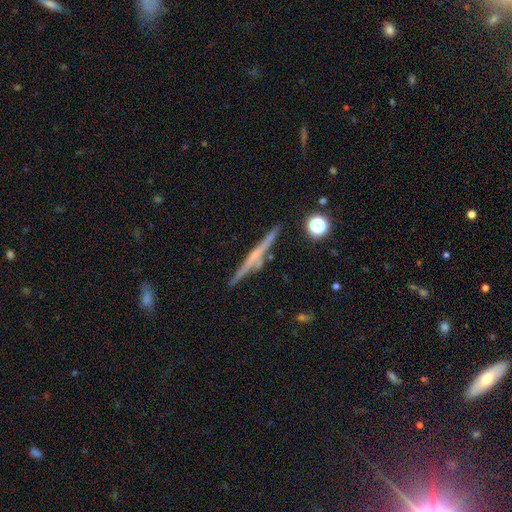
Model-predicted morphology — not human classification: The model was most divided on "edge-on bulge": none: 50%, rounded: 39%, boxy: 11%. More confident: edge-on disk — yes (97%); merging — none (85%); smooth or featured — featured or disk (69%).